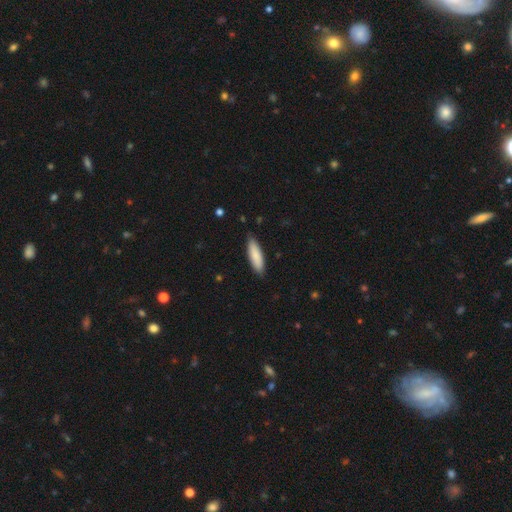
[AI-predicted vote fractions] Smooth or featured?
  - smooth: 85% *
  - featured or disk: 9%
  - star or artifact: 5%
How rounded?
  - cigar-shaped: 55% *
  - in between: 43%
  - round: 1%
Merging?
  - none: 85% *
  - minor disturbance: 12%
  - major disturbance: 2%
  - merger: 1%